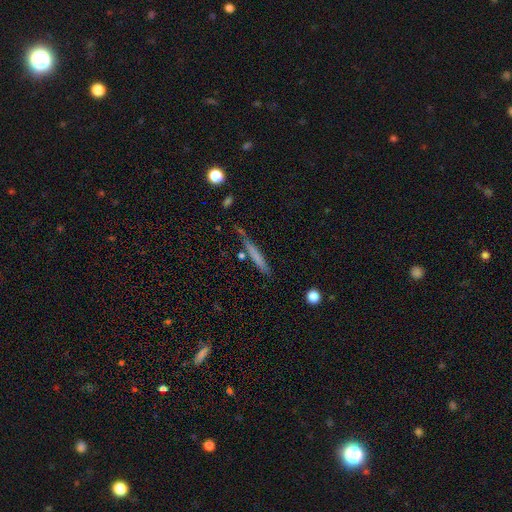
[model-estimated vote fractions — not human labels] Smooth or featured: smooth — 62% (featured or disk — 31%)
How rounded: cigar-shaped — 94% (in between — 4%)
Merging: none — 75% (minor disturbance — 17%)